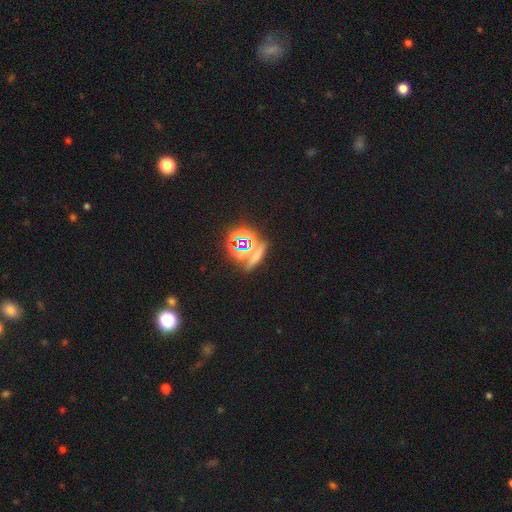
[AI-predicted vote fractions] Smooth or featured: star or artifact — 47% (smooth — 35%)